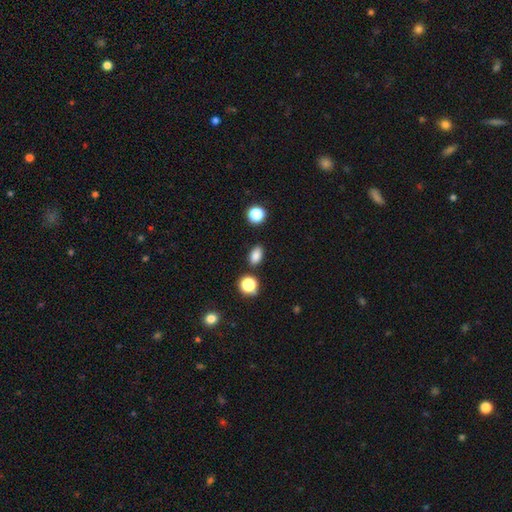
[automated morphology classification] type=smooth (83%); roundness=in between (81%); merging=none (84%).